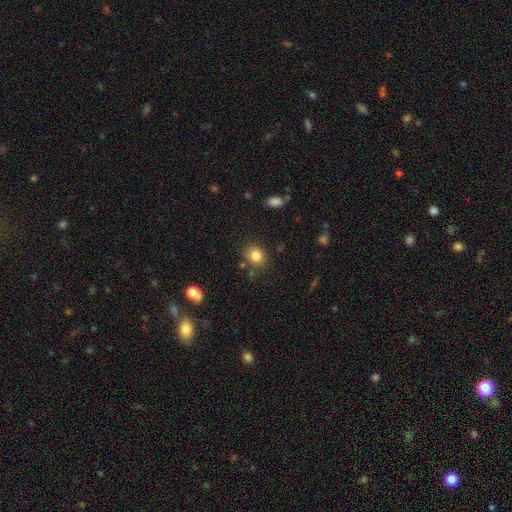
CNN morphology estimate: Smooth or featured? Predicted: smooth (p=0.83). How rounded? Predicted: round (p=0.67). Merging? Predicted: none (p=0.81).